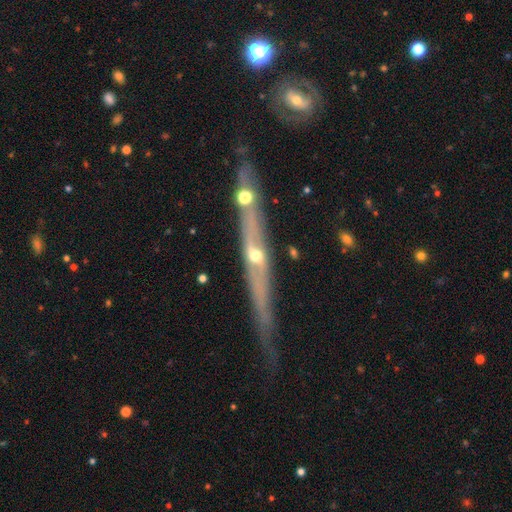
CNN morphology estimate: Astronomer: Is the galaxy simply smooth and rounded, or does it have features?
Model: featured or disk — 74%.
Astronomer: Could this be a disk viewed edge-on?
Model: yes — 76%.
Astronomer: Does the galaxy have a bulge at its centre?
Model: rounded — 85%.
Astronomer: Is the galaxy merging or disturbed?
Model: none — 74%.